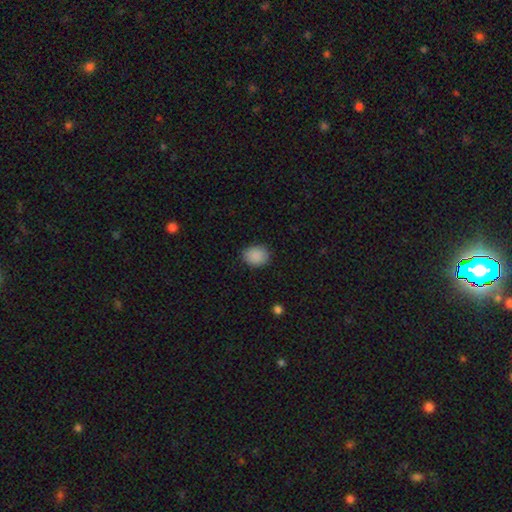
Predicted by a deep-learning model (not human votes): The model was most divided on "how rounded" (2-way tie): in between: 50%, round: 50%, cigar-shaped: 1%. More confident: smooth or featured — smooth (89%); merging — none (86%).